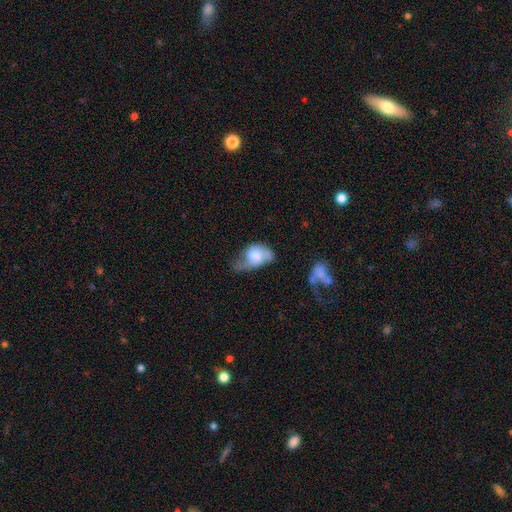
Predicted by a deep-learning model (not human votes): Morphology: type=smooth (55%); roundness=in between (83%); merging=major disturbance (37%).